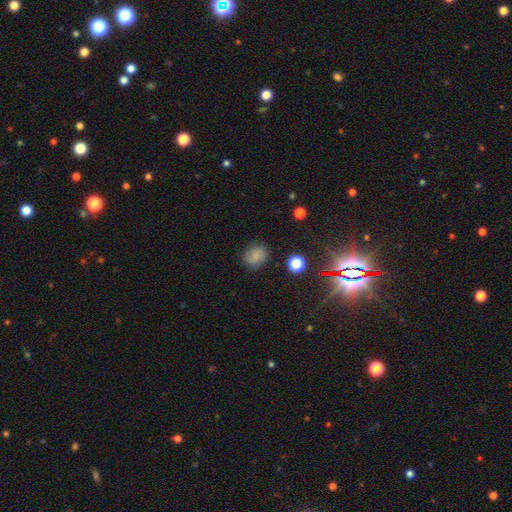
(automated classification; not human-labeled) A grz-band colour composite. It shows a smooth galaxy with no disk features (80%) that is round (60%). Merging: none (83%).